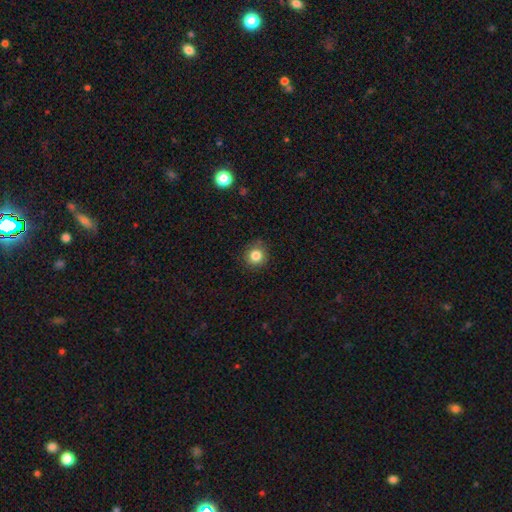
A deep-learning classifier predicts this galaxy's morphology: A smooth galaxy with no disk features (83%) that is round (91%).

Vote fractions:
- Smooth or featured? smooth: 83% / star or artifact: 11% / featured or disk: 6%
- How rounded? round: 91% / in between: 8% / cigar-shaped: 1%
- Merging? none: 86% / minor disturbance: 10% / major disturbance: 2% / merger: 1%